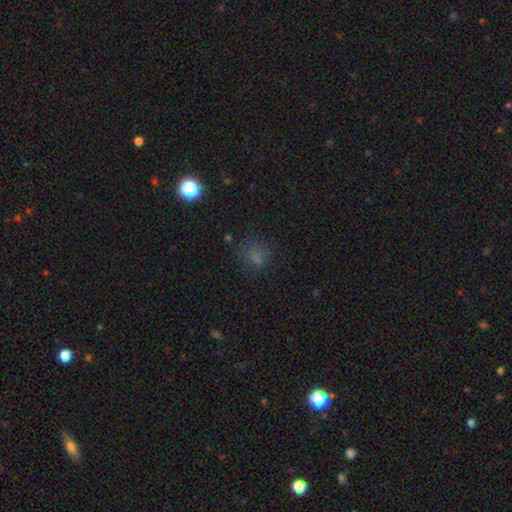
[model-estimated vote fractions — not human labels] smooth_or_featured: smooth (p=0.62) [alt: star or artifact p=0.27]
how_rounded: round (p=0.64) [alt: in between p=0.35]
merging: none (p=0.63) [alt: minor disturbance p=0.20]